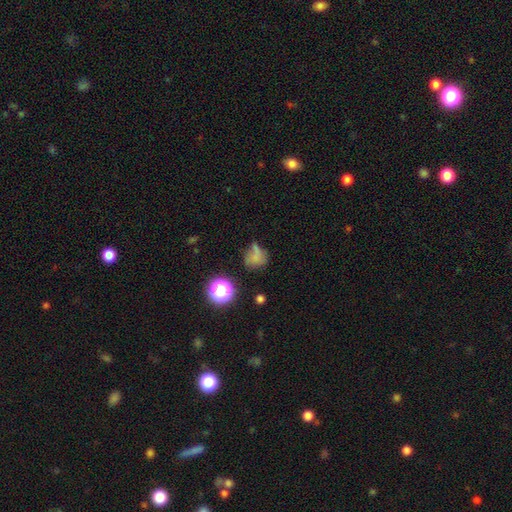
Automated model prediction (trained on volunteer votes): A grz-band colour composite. It shows a smooth galaxy with no disk features (63%) that is round (70%). Merging: none (44%).